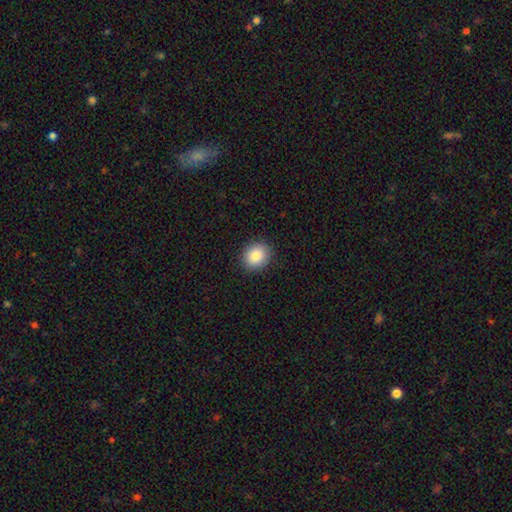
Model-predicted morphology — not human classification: The model was most divided on "how rounded": round: 62%, in between: 37%, cigar-shaped: 1%. More confident: merging — none (89%); smooth or featured — smooth (86%).